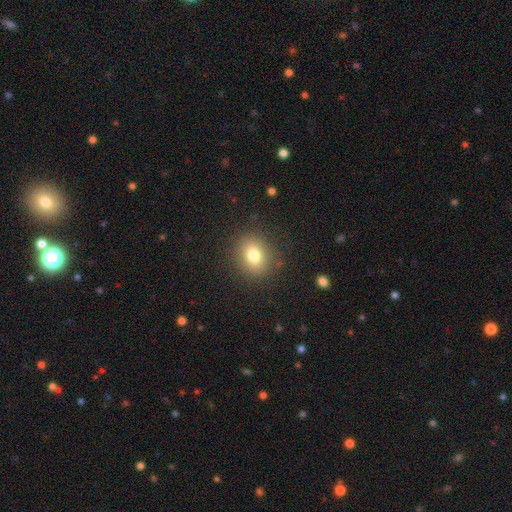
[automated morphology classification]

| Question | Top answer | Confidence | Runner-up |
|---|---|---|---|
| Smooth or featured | smooth | 71% | star or artifact (22%) |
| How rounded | round | 72% | in between (27%) |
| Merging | none | 92% | minor disturbance (5%) |